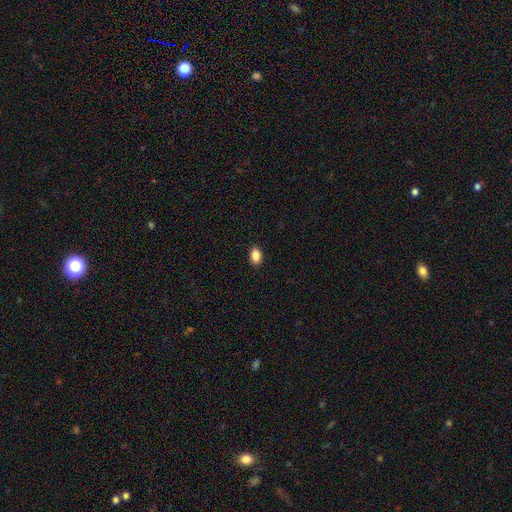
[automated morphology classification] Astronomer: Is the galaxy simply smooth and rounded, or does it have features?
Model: smooth — 87%.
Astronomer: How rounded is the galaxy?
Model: in between — 84%.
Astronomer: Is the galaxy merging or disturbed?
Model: none — 90%.